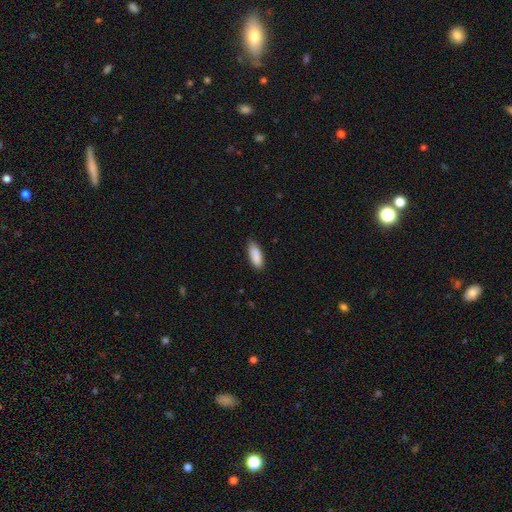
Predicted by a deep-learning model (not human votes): This is clearly a smooth galaxy (88%). How rounded: likely in between (72%). Merging: clearly none (81%).